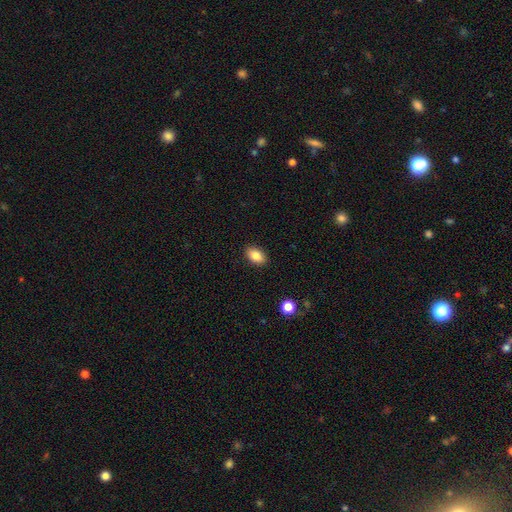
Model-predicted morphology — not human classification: smooth 86%, star or artifact 9%, featured or disk 6%. Down the decision tree: how rounded — in between (89%); merging — none (89%).